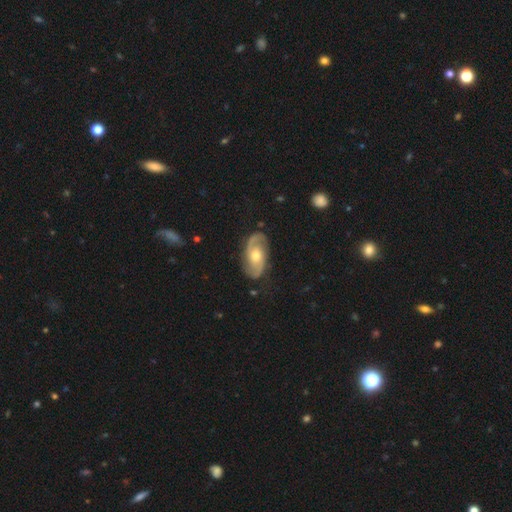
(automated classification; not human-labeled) Smooth or featured? featured or disk (82%)
Edge-on disk? no (96%)
Bar? no (65%)
Spiral arms? yes (94%)
Spiral winding? medium (47%)
Spiral arm count? 2 (89%)
Bulge size? moderate (72%)
Merging? none (80%)